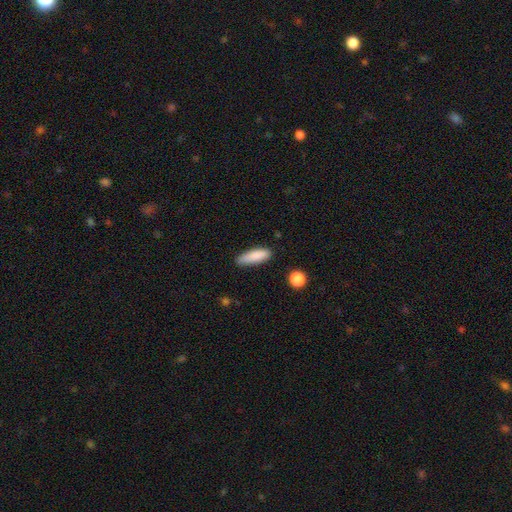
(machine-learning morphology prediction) smooth_or_featured: smooth (p=0.86) [alt: featured or disk p=0.07]
how_rounded: cigar-shaped (p=0.54) [alt: in between p=0.44]
merging: none (p=0.80) [alt: minor disturbance p=0.16]